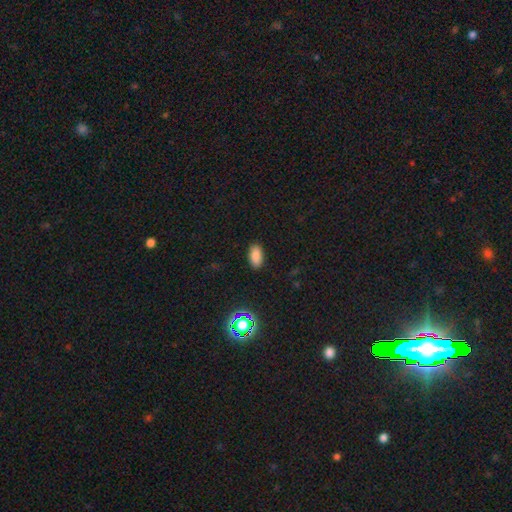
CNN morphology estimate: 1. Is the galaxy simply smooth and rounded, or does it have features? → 84% smooth, 12% star or artifact, 4% featured or disk.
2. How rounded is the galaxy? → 92% in between, 4% cigar-shaped, 4% round.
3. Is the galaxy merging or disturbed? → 89% none, 8% minor disturbance, 2% major disturbance, 1% merger.